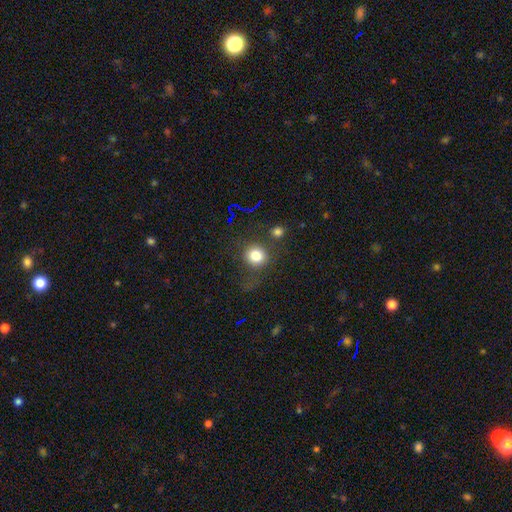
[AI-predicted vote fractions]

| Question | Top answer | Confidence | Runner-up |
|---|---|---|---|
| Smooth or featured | smooth | 80% | star or artifact (13%) |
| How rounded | round | 83% | in between (16%) |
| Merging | none | 70% | minor disturbance (15%) |